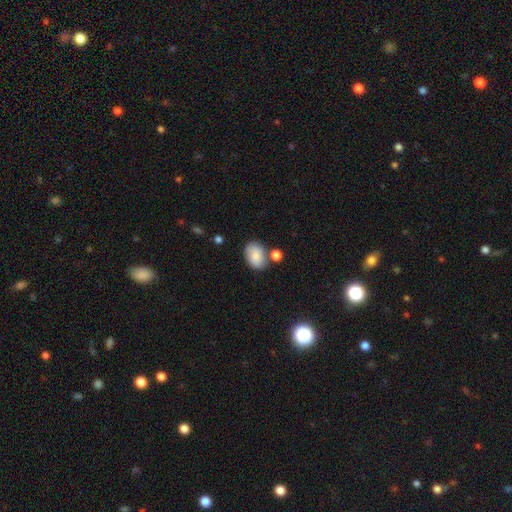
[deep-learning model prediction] smooth 79%, featured or disk 13%, star or artifact 8%. Down the decision tree: how rounded — in between (79%); merging — none (65%).